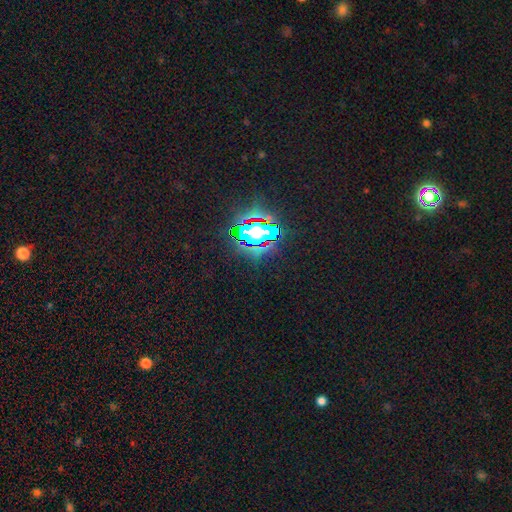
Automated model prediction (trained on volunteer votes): Smooth or featured?
  - star or artifact: 83% *
  - smooth: 10%
  - featured or disk: 7%